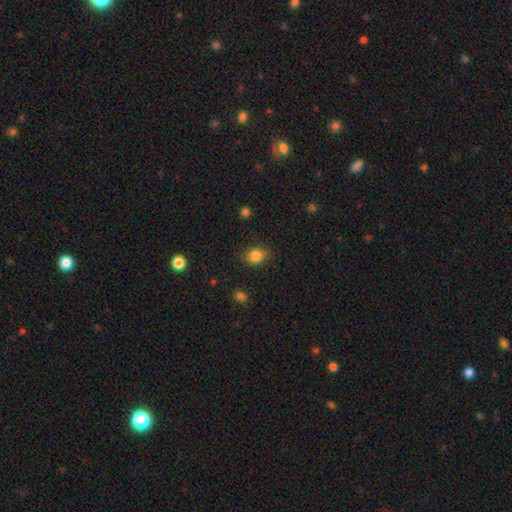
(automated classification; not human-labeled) Q: Smooth or featured?
A: smooth (83%); runner-up: star or artifact (10%)
Q: How rounded?
A: in between (56%); runner-up: round (43%)
Q: Merging?
A: none (84%); runner-up: minor disturbance (12%)